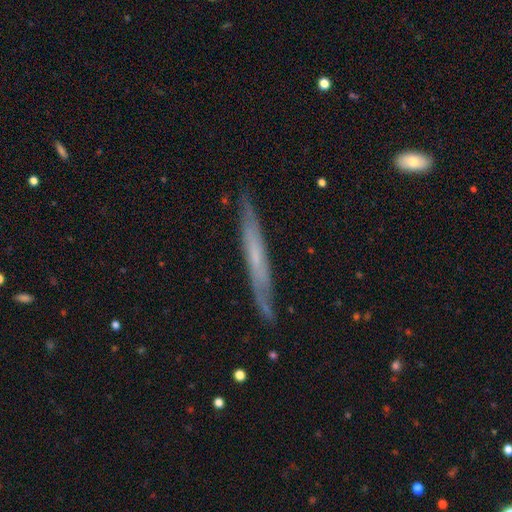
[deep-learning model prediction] This appears to be a featured or disk galaxy (62%) viewed edge-on (88%) with no central bulge (76%). Merging: none (85%).